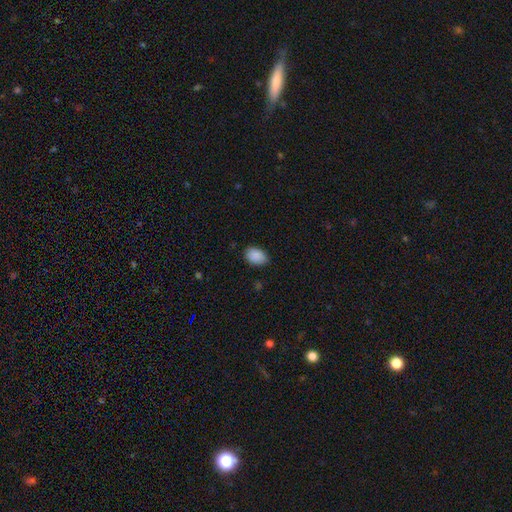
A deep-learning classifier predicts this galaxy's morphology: A smooth galaxy with no disk features (90%) that is in between round and cigar-shaped (84%). Merging: none (82%).